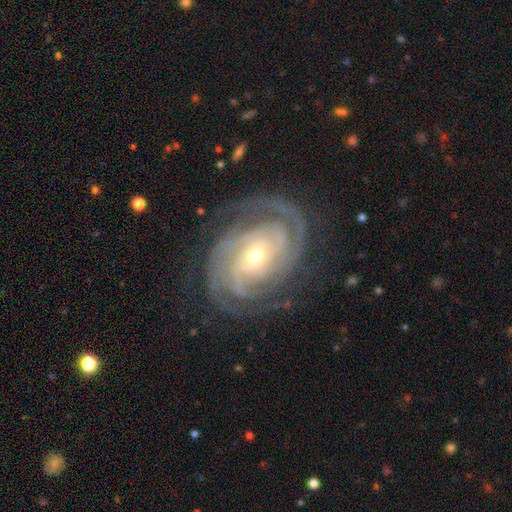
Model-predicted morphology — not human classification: This appears to be a featured or disk galaxy (92%) with no bar (51%), 3 (31%) tight (74%) spiral arms (98%) and a small central bulge (57%). Merging: none (78%).